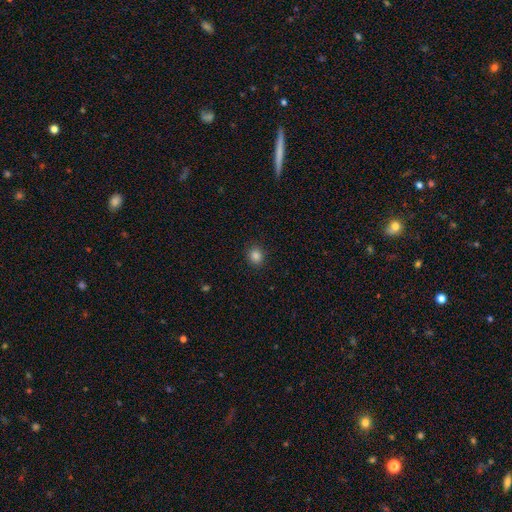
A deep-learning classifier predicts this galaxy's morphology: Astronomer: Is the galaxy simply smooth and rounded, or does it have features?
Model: smooth — 85%.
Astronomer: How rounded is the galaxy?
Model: round — 70%.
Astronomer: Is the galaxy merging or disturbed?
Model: none — 90%.